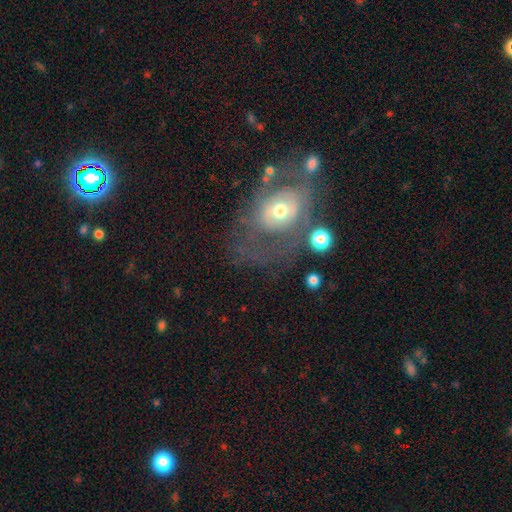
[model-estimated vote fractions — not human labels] Smooth or featured: featured or disk — 62% (smooth — 24%)
Edge-on disk: no — 94% (yes — 6%)
Bar: no — 71% (weak — 21%)
Spiral arms: yes — 52% (no — 48%)
Bulge size: moderate — 51% (small — 42%)
Merging: none — 55% (major disturbance — 19%)